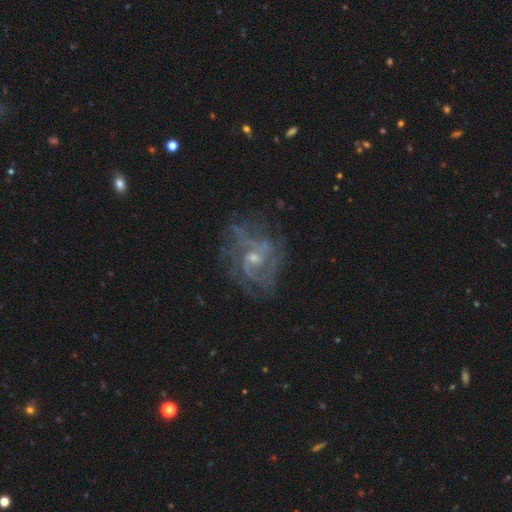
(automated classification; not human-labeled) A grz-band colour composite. It shows a featured or disk galaxy (78%) with no bar (51%), medium (44%) spiral arms (86%) and a small central bulge (56%). Merging: none (67%).